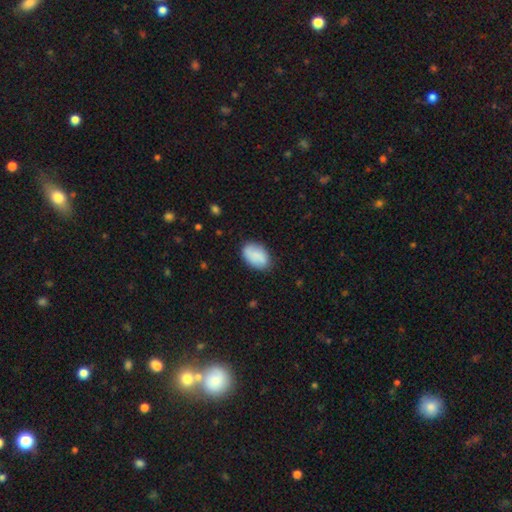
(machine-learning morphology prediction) Overall: smooth (85%). How rounded: in between (90%). Merging: none (81%).